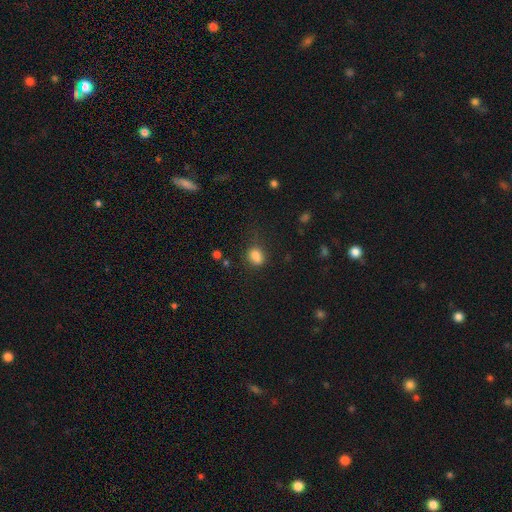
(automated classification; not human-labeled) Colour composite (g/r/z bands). It shows a smooth galaxy with no disk features (80%) that is in between round and cigar-shaped (54%). Merging: none (54%).